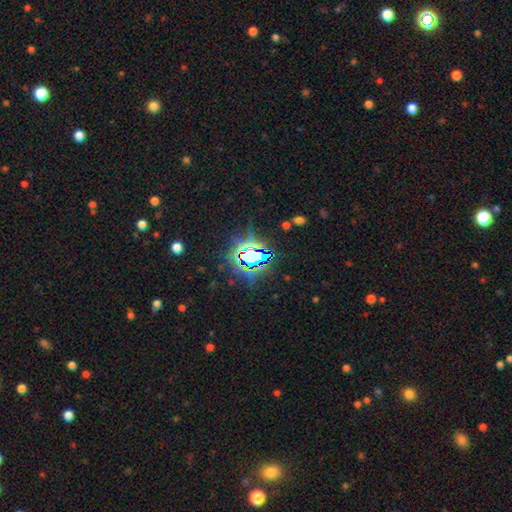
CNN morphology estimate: A star or artifact, not a galaxy (82%).